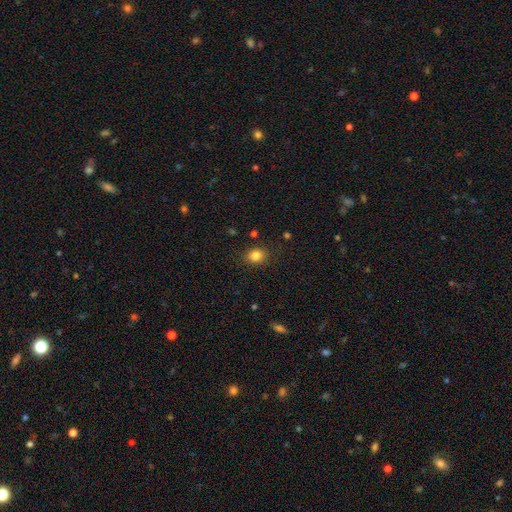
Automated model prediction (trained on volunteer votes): Smooth or featured: smooth — 83% (star or artifact — 11%)
How rounded: round — 53% (in between — 46%)
Merging: none — 86% (minor disturbance — 10%)